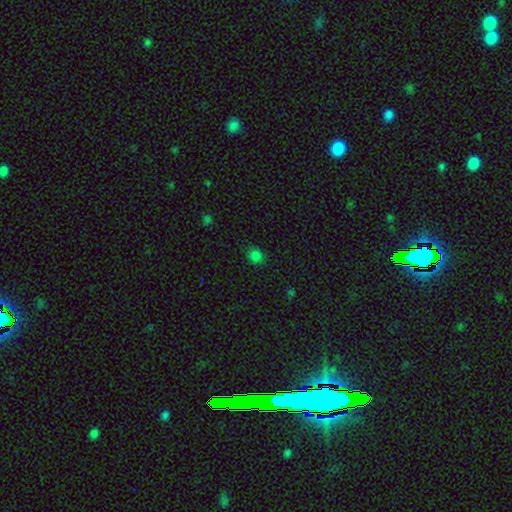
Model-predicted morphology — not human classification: The model was most divided on "how rounded": round: 79%, in between: 20%, cigar-shaped: 1%. More confident: merging — none (84%); smooth or featured — smooth (78%).